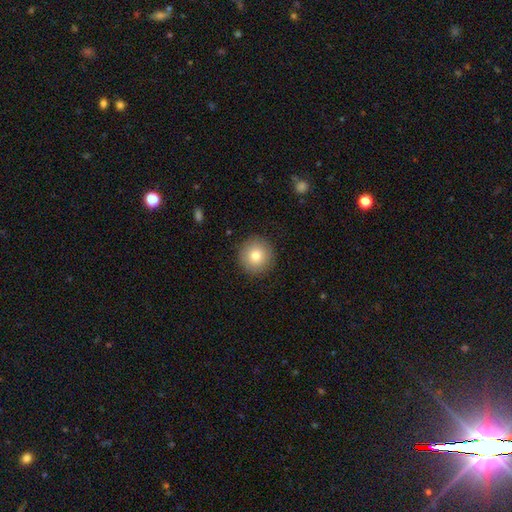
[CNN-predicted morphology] Smooth or featured? Predicted: smooth (p=0.79). How rounded? Predicted: round (p=0.95). Merging? Predicted: none (p=0.90).